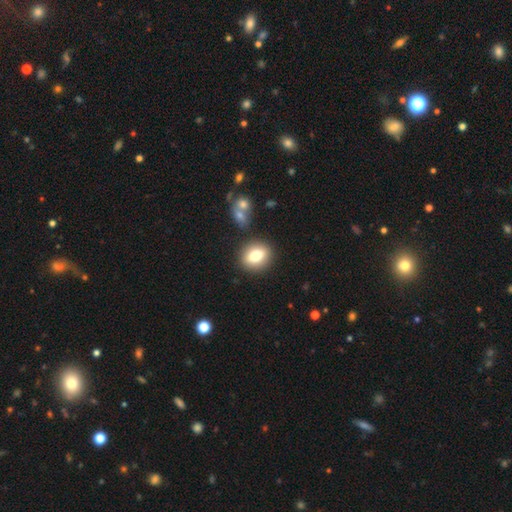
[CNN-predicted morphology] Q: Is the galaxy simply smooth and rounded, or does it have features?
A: smooth — 75%.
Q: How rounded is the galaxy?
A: round — 51%.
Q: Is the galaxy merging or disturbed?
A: none — 86%.